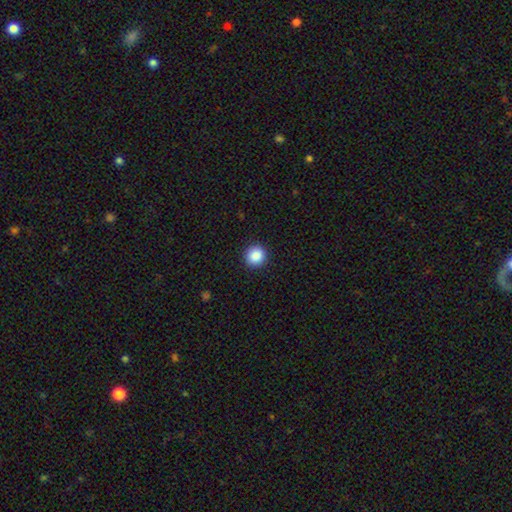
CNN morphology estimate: smooth 88%, star or artifact 9%, featured or disk 3%. Down the decision tree: how rounded — round (93%); merging — none (92%).